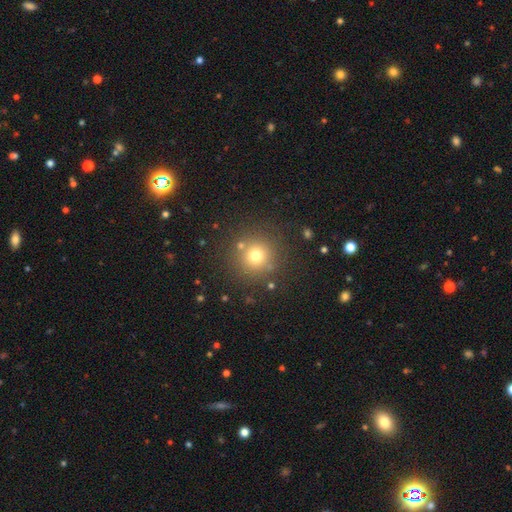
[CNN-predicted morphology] smooth_or_featured: smooth (p=0.72) [alt: star or artifact p=0.17]
how_rounded: round (p=0.94) [alt: in between p=0.05]
merging: none (p=0.84) [alt: minor disturbance p=0.08]